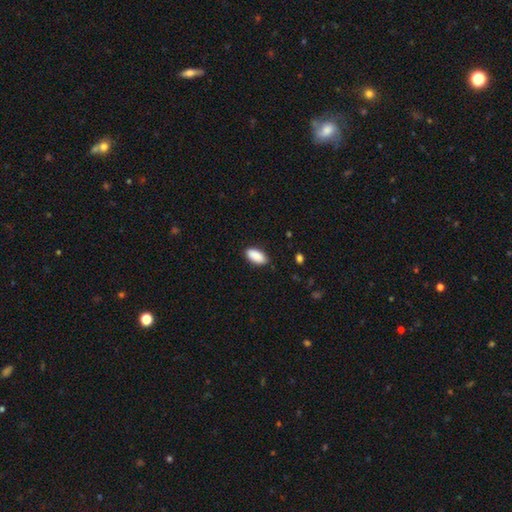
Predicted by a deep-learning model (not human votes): smooth 90%, star or artifact 6%, featured or disk 3%. Down the decision tree: how rounded — in between (93%); merging — none (87%).